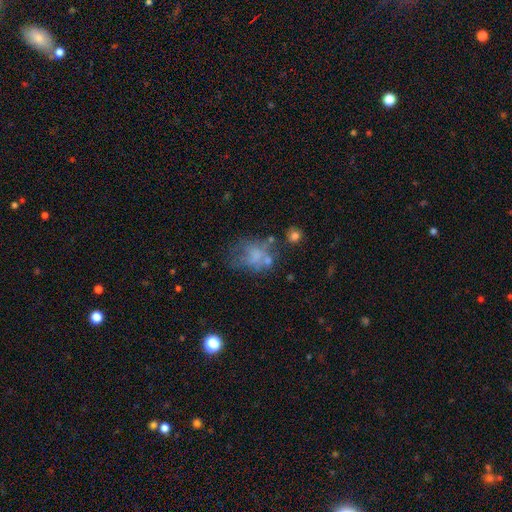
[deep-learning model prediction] Overall: smooth (47%; featured or disk 37%). Merging: none (35%; major disturbance 32%).